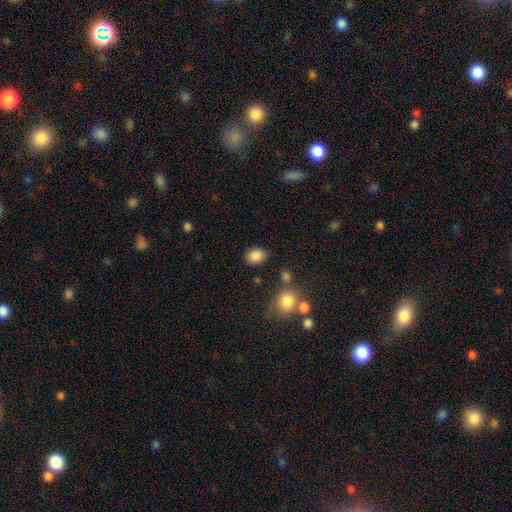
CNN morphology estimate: Overall: smooth (87%). How rounded: in between (55%; round 44%). Merging: none (81%).